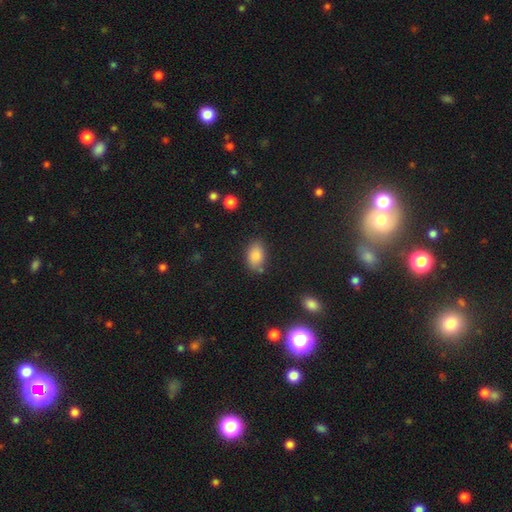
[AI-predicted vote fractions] The model was most divided on "merging": none: 73%, minor disturbance: 18%, major disturbance: 4%, merger: 4%. More confident: how rounded — in between (88%); smooth or featured — smooth (85%).